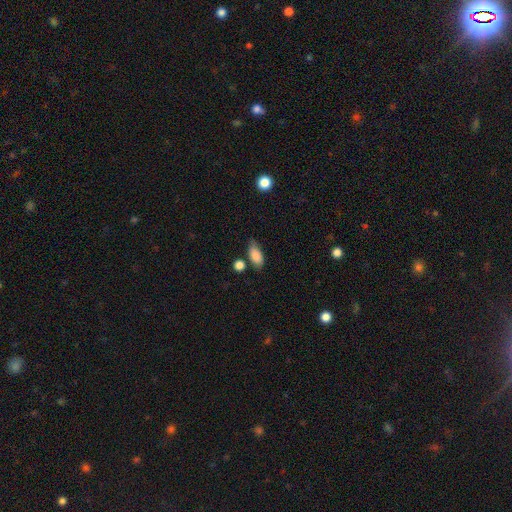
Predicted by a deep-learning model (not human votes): This appears to be a smooth galaxy with no disk features (86%) that is in between round and cigar-shaped (88%). Merging: none (65%).